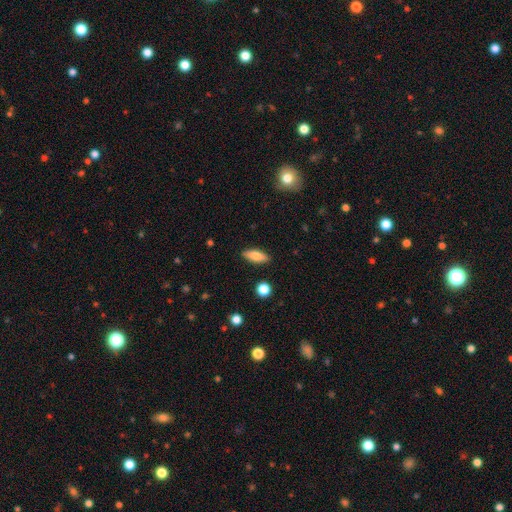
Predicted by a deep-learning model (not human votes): This is likely a smooth galaxy (75%). How rounded: likely in between (68%). Merging: clearly none (88%).